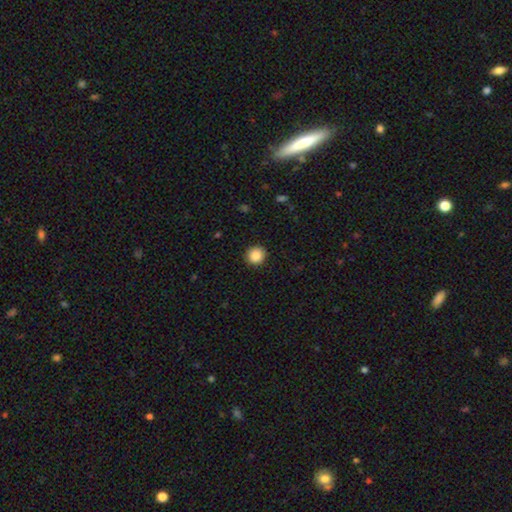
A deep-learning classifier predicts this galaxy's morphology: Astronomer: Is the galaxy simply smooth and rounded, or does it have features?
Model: smooth — 88%.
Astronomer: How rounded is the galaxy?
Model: round — 92%.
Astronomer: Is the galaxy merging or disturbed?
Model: none — 92%.